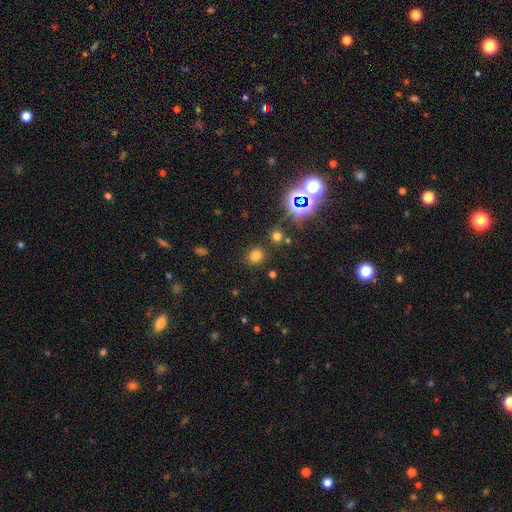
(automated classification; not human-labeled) The model was most divided on "smooth or featured": smooth: 72%, star or artifact: 22%, featured or disk: 6%. More confident: merging — none (84%); how rounded — round (83%).